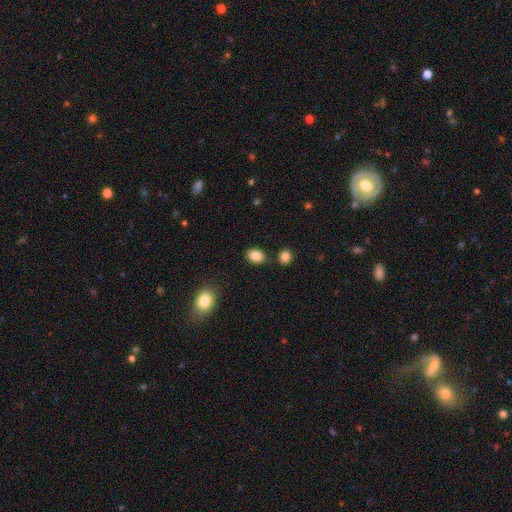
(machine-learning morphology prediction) Smooth or featured? Predicted: smooth (p=0.86). How rounded? Predicted: in between (p=0.71). Merging? Predicted: none (p=0.81).